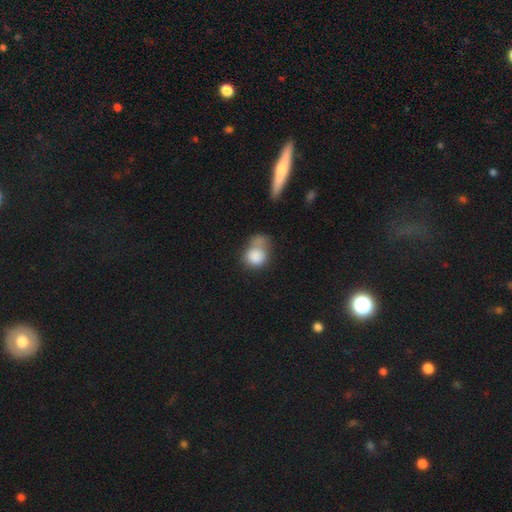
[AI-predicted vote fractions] Overall: smooth (82%). How rounded: round (65%; in between 34%). Merging: merger (34%; none 29%).